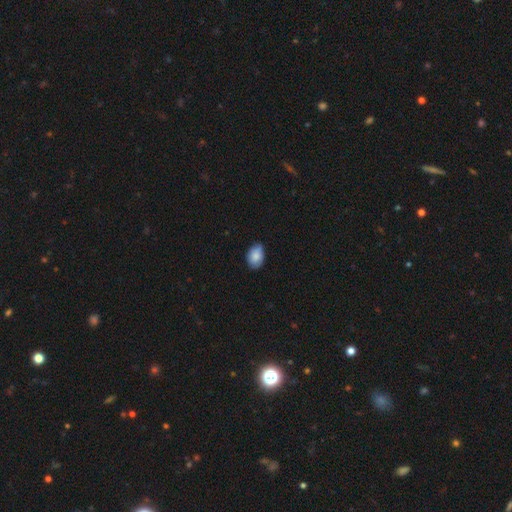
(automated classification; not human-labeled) The model was most divided on "merging": none: 69%, minor disturbance: 26%, major disturbance: 3%, merger: 1%. More confident: smooth or featured — smooth (84%); how rounded — in between (77%).